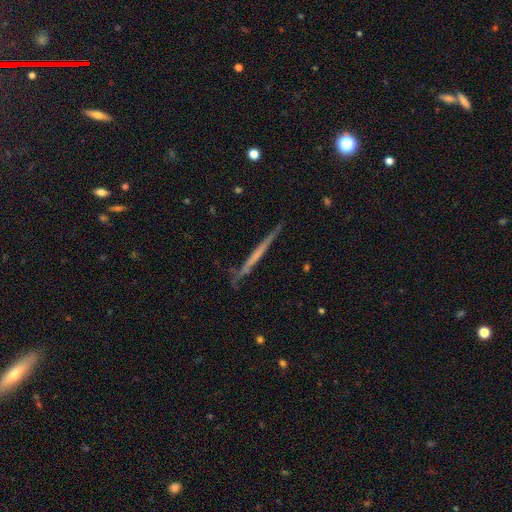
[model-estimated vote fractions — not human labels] This appears to be a featured or disk galaxy (60%) viewed edge-on (97%) with no central bulge (89%). Merging: none (87%).